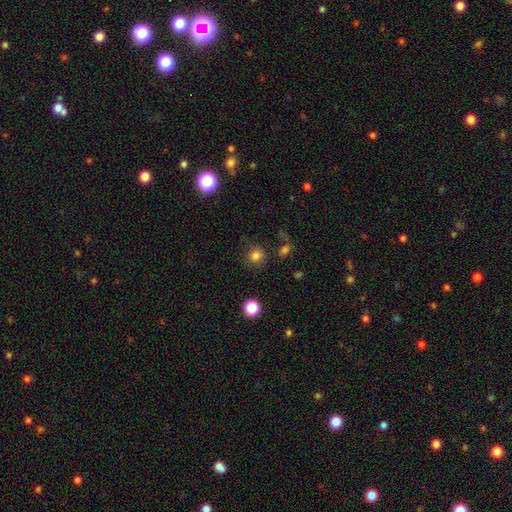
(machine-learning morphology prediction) Smooth or featured: smooth — 82% (star or artifact — 14%)
How rounded: round — 87% (in between — 12%)
Merging: none — 83% (minor disturbance — 10%)